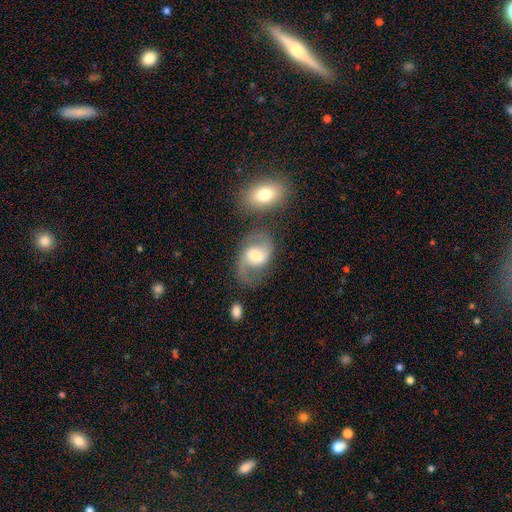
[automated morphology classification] Smooth or featured? featured or disk (69%)
Edge-on disk? no (97%)
Bar? weak (49%)
Spiral arms? yes (90%)
Spiral winding? loose (50%)
Spiral arm count? 2 (88%)
Bulge size? moderate (54%)
Merging? none (57%)